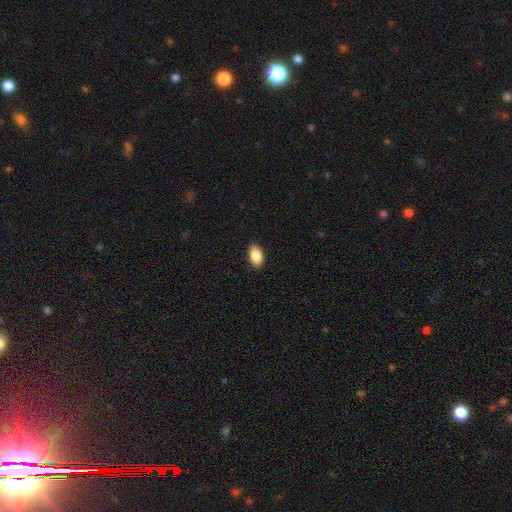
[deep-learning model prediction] The model was most divided on "merging": none: 89%, minor disturbance: 9%, major disturbance: 2%, merger: 1%. More confident: how rounded — in between (93%); smooth or featured — smooth (88%).